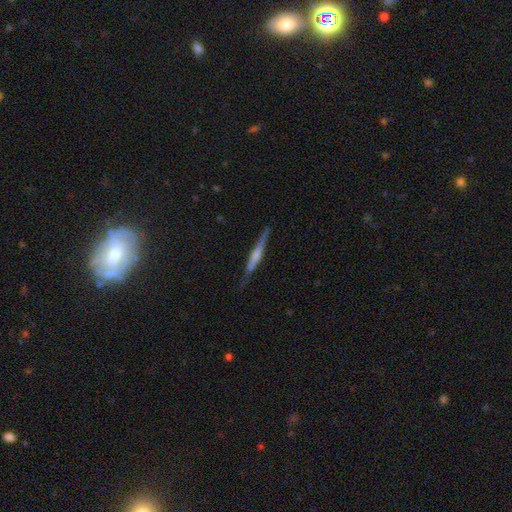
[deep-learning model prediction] Overall: featured or disk (58%; smooth 36%). Edge-on disk: yes (96%). Edge-on bulge: rounded (46%; none 33%). Merging: none (79%).